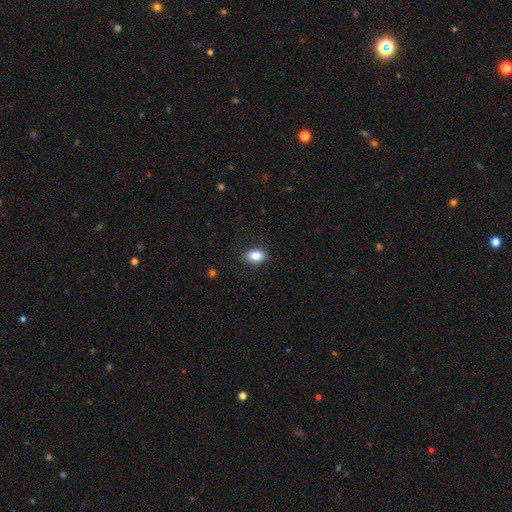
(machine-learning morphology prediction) This is clearly a smooth galaxy (87%). How rounded: clearly in between (81%). Merging: clearly none (85%).